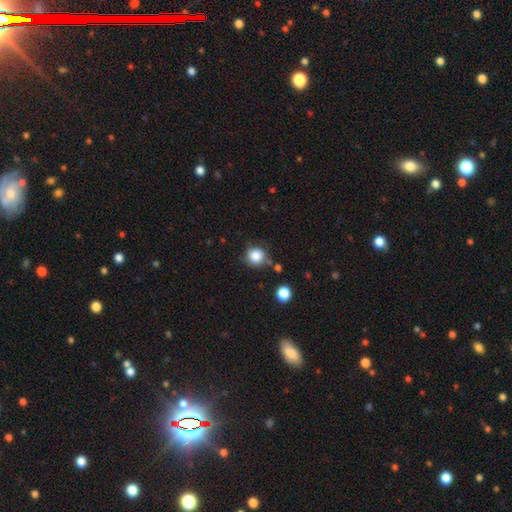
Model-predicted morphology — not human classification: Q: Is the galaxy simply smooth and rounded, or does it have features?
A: smooth — 85%.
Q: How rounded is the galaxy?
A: round — 88%.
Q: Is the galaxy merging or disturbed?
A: none — 74%.